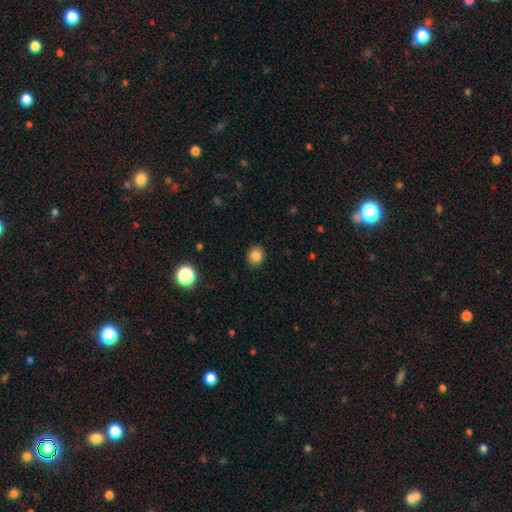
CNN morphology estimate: Smooth or featured? Predicted: smooth (p=0.84). How rounded? Predicted: round (p=0.76). Merging? Predicted: none (p=0.90).